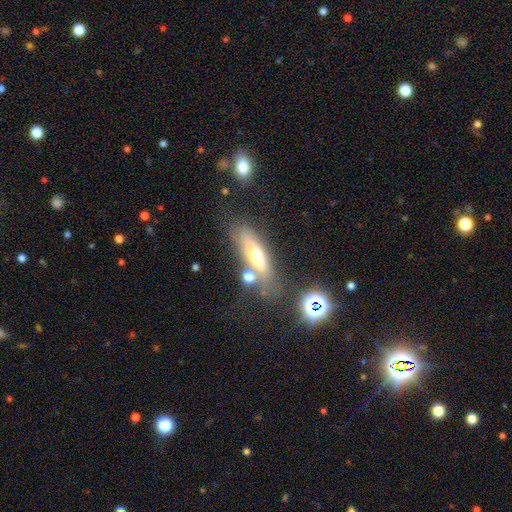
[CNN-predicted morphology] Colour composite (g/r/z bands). It shows a smooth galaxy with no disk features (53%) that is in between round and cigar-shaped (48%). Merging: none (61%).